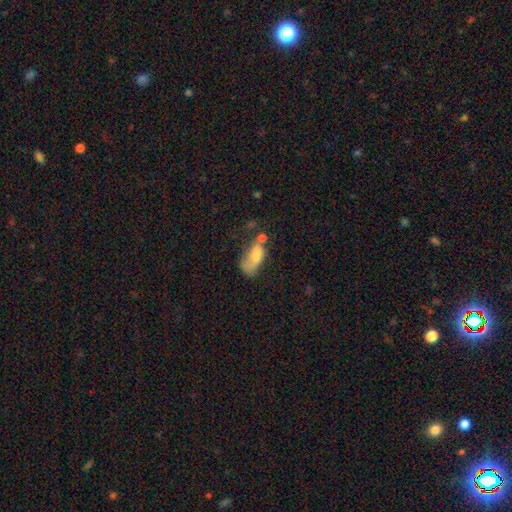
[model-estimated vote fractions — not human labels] Overall: smooth (60%; featured or disk 30%). How rounded: in between (87%). Merging: major disturbance (27%, tied with none).